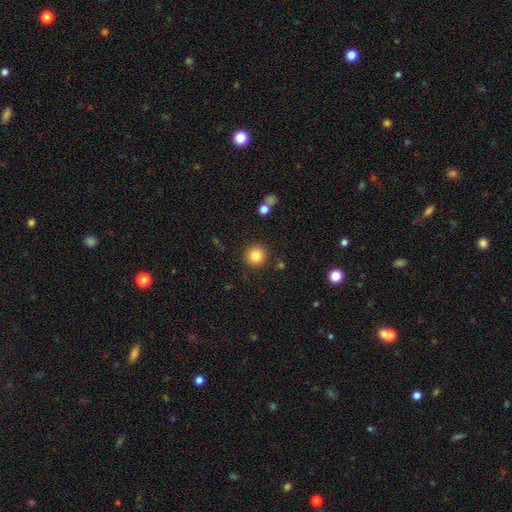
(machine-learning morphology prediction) smooth-or-featured: smooth: 83% | star or artifact: 11% | featured or disk: 6%
  how-rounded: round: 94% | in between: 5% | cigar-shaped: 1%
  merging: none: 89% | minor disturbance: 6% | major disturbance: 2% | merger: 2%